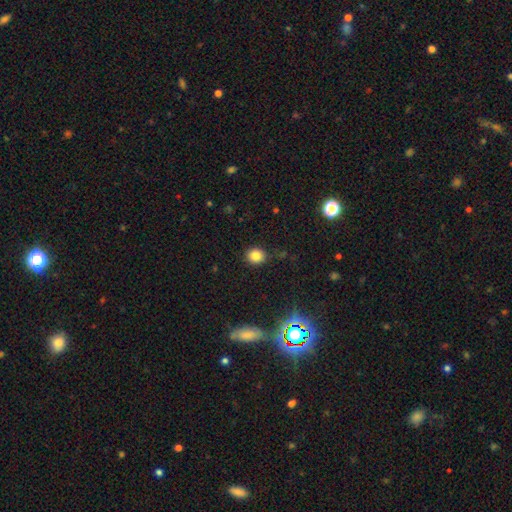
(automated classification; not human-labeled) smooth 81%, star or artifact 13%, featured or disk 6%. Down the decision tree: how rounded — round (78%); merging — none (85%).